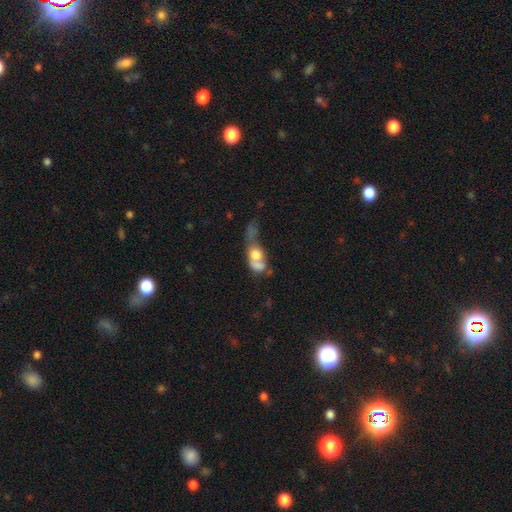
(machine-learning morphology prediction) Smooth or featured?
  - smooth: 59% *
  - featured or disk: 30%
  - star or artifact: 11%
How rounded?
  - in between: 55% *
  - round: 34%
  - cigar-shaped: 11%
Merging?
  - merger: 58% *
  - major disturbance: 21%
  - none: 13%
  - minor disturbance: 8%